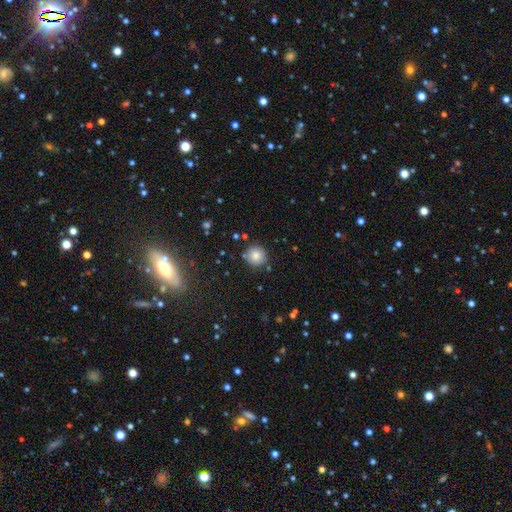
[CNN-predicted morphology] Smooth or featured? Predicted: smooth (p=0.80). How rounded? Predicted: round (p=0.94). Merging? Predicted: none (p=0.86).